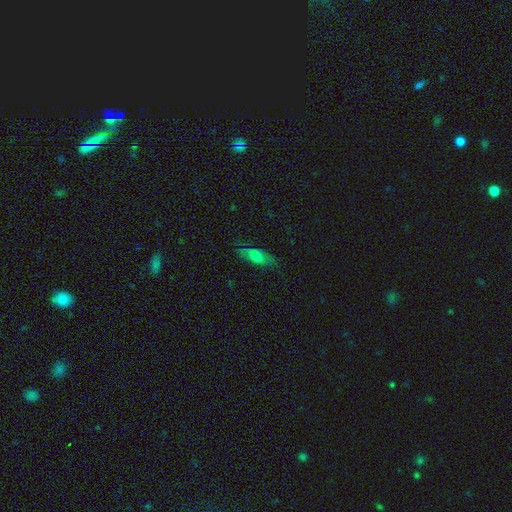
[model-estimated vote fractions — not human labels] Morphology: type=smooth (68%); roundness=in between (68%); merging=none (74%).